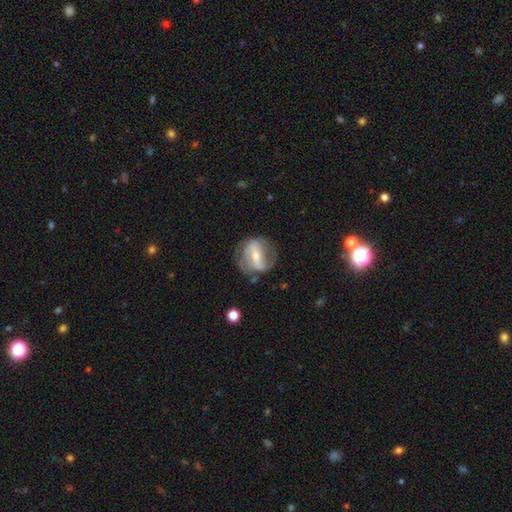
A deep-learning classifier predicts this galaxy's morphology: Q: Smooth or featured?
A: featured or disk (71%); runner-up: smooth (22%)
Q: Edge-on disk?
A: no (94%); runner-up: yes (6%)
Q: Bar?
A: strong (53%); runner-up: weak (33%)
Q: Spiral arms?
A: yes (71%); runner-up: no (29%)
Q: Bulge size?
A: moderate (52%); runner-up: small (42%)
Q: Merging?
A: none (59%); runner-up: minor disturbance (23%)